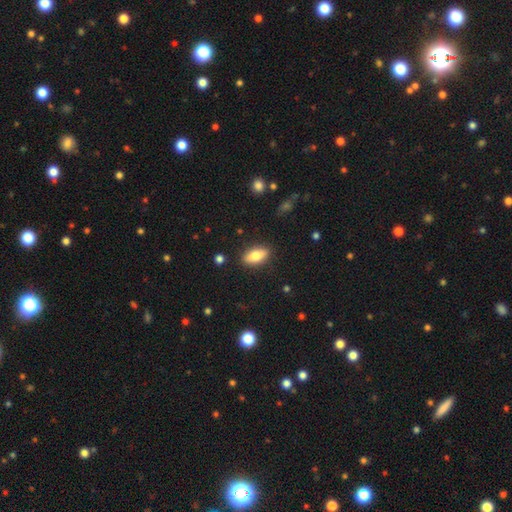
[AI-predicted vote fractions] Morphology: type=smooth (75%); roundness=in between (82%); merging=none (87%).